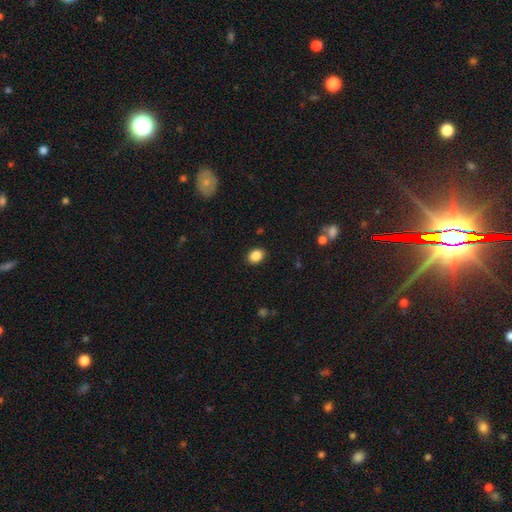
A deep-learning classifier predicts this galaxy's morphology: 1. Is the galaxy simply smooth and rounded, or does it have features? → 87% smooth, 9% star or artifact, 4% featured or disk.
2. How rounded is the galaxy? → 64% in between, 35% round, 1% cigar-shaped.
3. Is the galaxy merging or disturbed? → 89% none, 7% minor disturbance, 2% major disturbance, 1% merger.